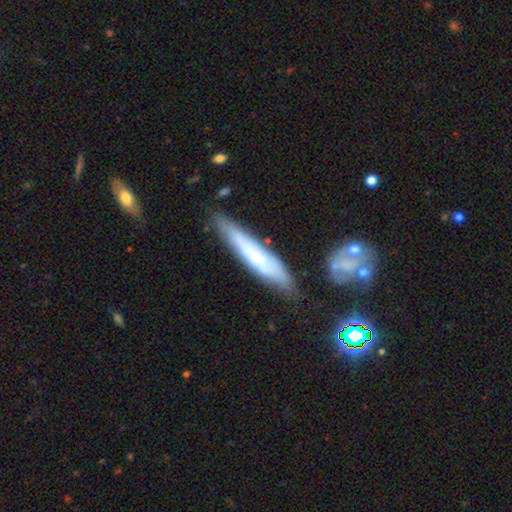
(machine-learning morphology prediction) A smooth galaxy with no disk features (55%) that is cigar-shaped (90%). Merging: none (74%).